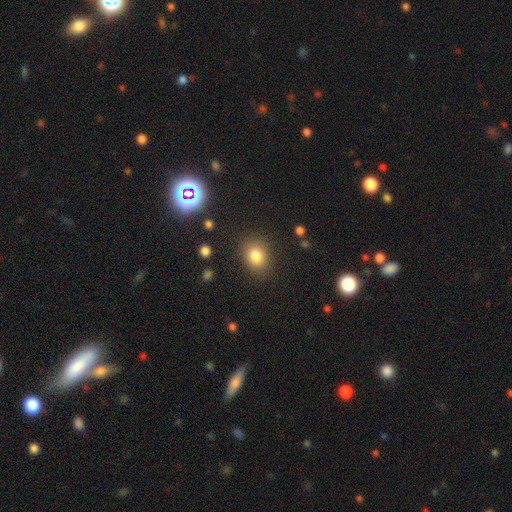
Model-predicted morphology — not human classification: This is clearly a smooth galaxy (81%). How rounded: possibly in between (51%). Merging: clearly none (83%).